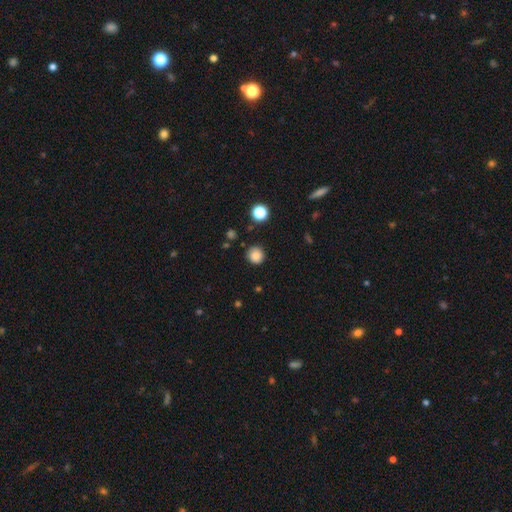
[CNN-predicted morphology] Smooth or featured?
  - smooth: 84% *
  - star or artifact: 11%
  - featured or disk: 4%
How rounded?
  - round: 91% *
  - in between: 8%
  - cigar-shaped: 1%
Merging?
  - none: 85% *
  - minor disturbance: 11%
  - major disturbance: 3%
  - merger: 2%